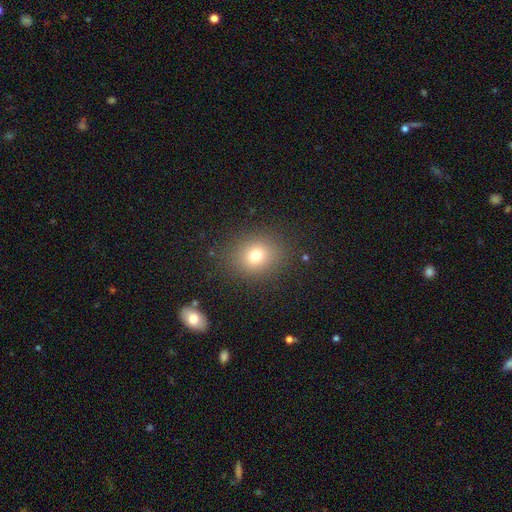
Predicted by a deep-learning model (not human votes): This is likely a smooth galaxy (73%). How rounded: likely round (71%). Merging: clearly none (86%).